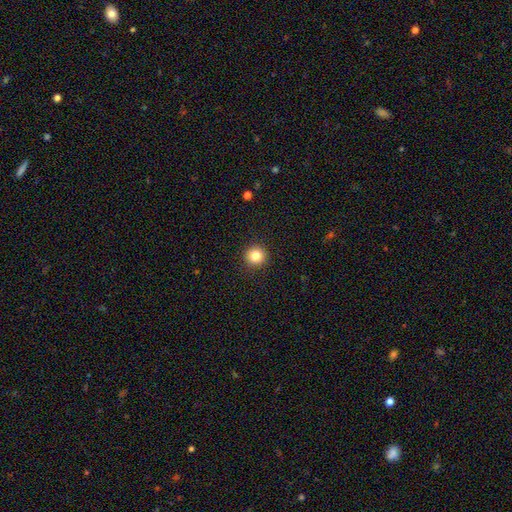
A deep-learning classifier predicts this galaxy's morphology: Overall: smooth (83%). How rounded: round (95%). Merging: none (93%).